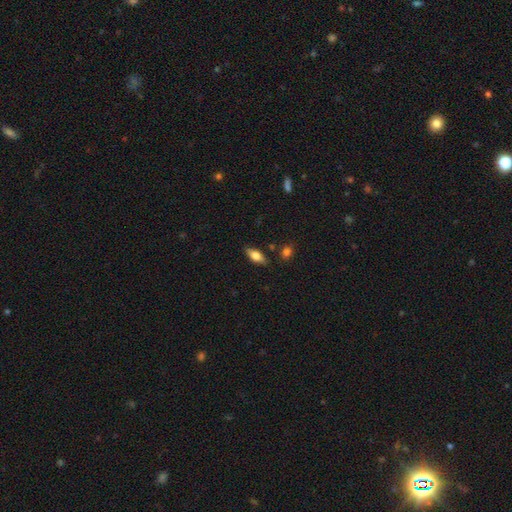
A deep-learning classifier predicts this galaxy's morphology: smooth-or-featured: smooth: 66% | featured or disk: 27% | star or artifact: 7%
  how-rounded: in between: 80% | cigar-shaped: 17% | round: 3%
  merging: none: 84% | minor disturbance: 11% | merger: 3% | major disturbance: 2%